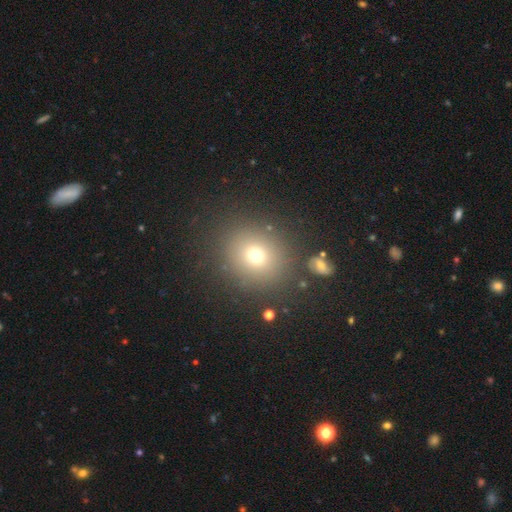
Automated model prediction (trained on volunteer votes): This appears to be a smooth galaxy with no disk features (70%) that is round (84%). Merging: none (84%).